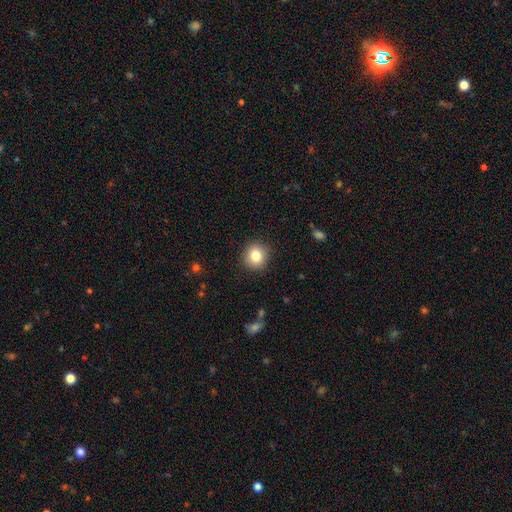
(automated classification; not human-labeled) smooth_or_featured: smooth (p=0.83) [alt: star or artifact p=0.10]
how_rounded: round (p=0.89) [alt: in between p=0.10]
merging: none (p=0.90) [alt: minor disturbance p=0.07]